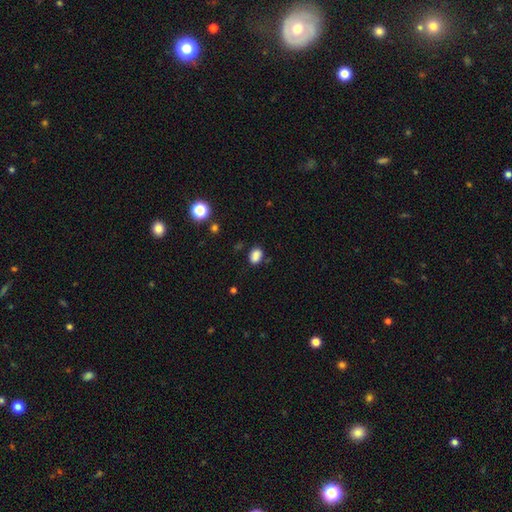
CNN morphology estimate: A smooth galaxy with no disk features (85%) that is in between round and cigar-shaped (76%). Merging: none (77%).